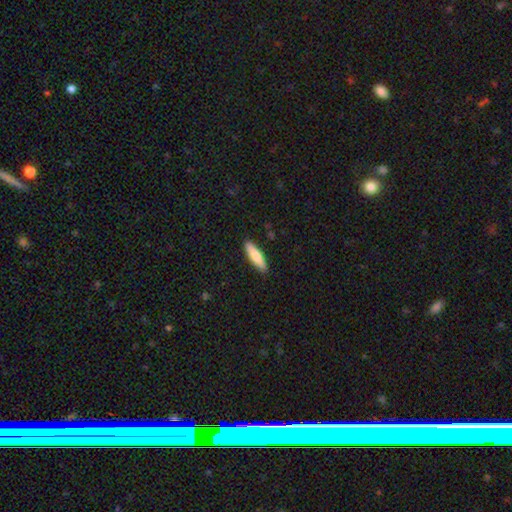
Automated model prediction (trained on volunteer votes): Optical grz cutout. It shows a smooth galaxy with no disk features (75%) that is cigar-shaped (68%). Merging: none (89%).